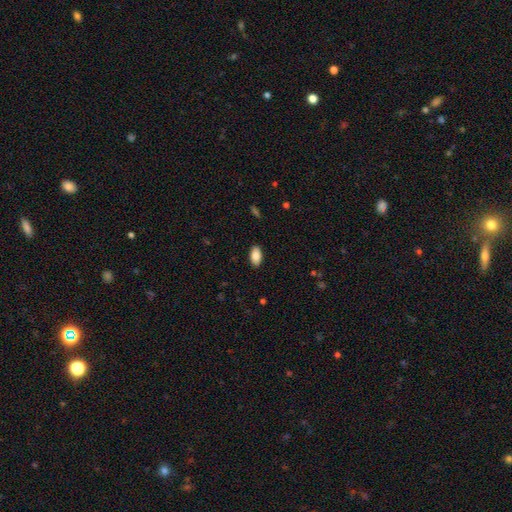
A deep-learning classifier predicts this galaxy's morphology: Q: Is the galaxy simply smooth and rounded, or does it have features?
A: smooth — 87%.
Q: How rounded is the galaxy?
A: in between — 93%.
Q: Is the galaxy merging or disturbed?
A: none — 89%.